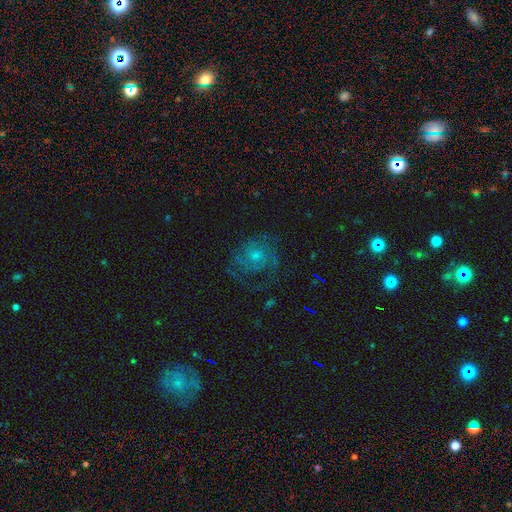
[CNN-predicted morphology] This appears to be a featured or disk galaxy (70%) with no bar (75%), tight (42%, tied with medium) spiral arms (88%) and a small central bulge (64%). Merging: none (59%).